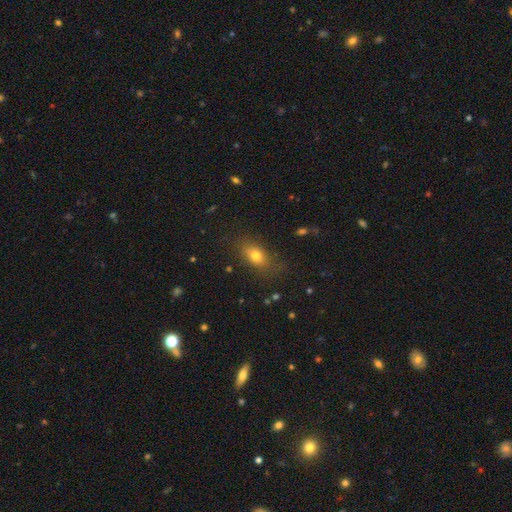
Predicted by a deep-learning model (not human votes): This appears to be a smooth galaxy with no disk features (75%) that is in between round and cigar-shaped (78%). Merging: none (77%).